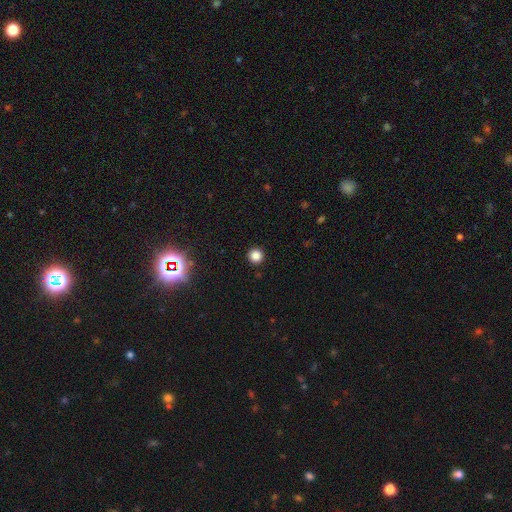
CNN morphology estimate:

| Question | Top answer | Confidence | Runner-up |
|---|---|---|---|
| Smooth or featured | smooth | 83% | star or artifact (13%) |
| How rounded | round | 96% | in between (3%) |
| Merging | none | 93% | minor disturbance (4%) |